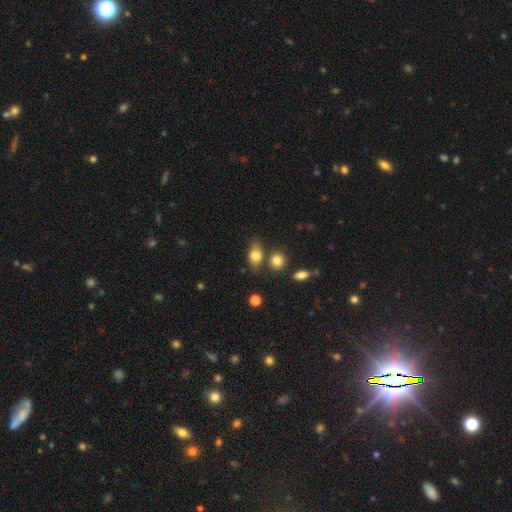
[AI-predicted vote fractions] This is likely a smooth galaxy (79%). How rounded: likely in between (77%). Merging: likely none (66%).